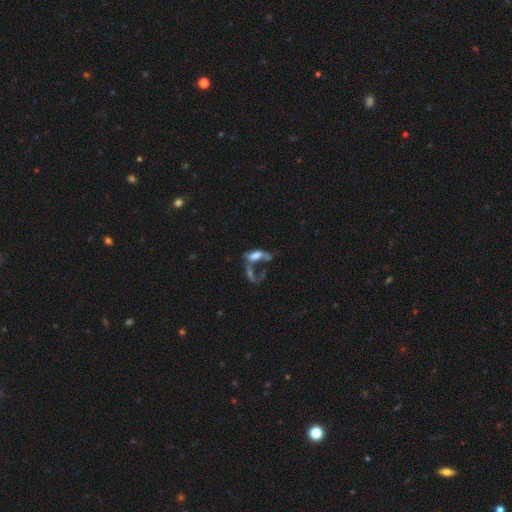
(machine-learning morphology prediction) type=featured or disk (45%); merging=merger (44%).